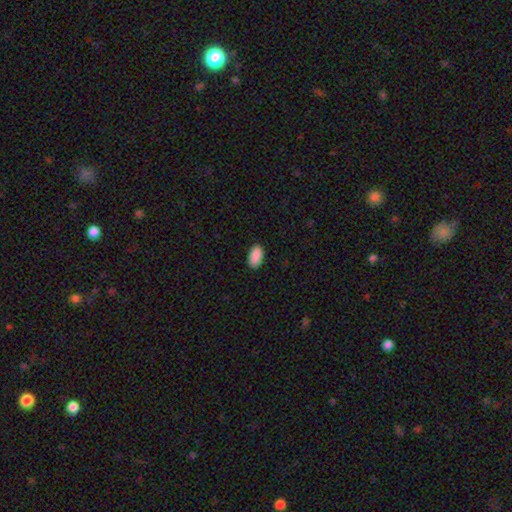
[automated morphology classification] This appears to be a smooth galaxy with no disk features (91%) that is in between round and cigar-shaped (95%). Merging: none (89%).